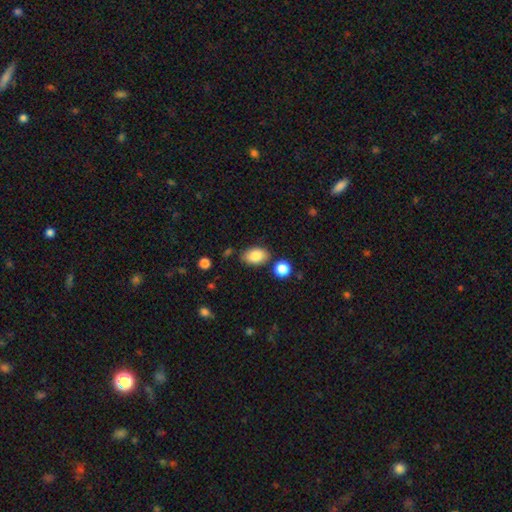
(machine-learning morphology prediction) smooth 85%, star or artifact 8%, featured or disk 8%. Down the decision tree: how rounded — in between (87%); merging — none (78%).